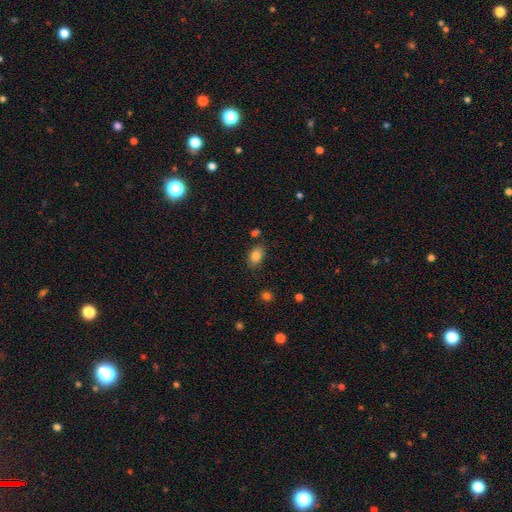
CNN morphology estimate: Overall: smooth (83%). How rounded: in between (84%). Merging: none (79%).